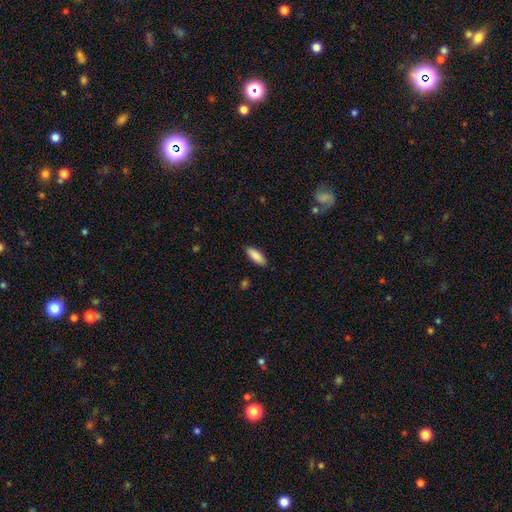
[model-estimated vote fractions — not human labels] The model was most divided on "how rounded": in between: 68%, cigar-shaped: 31%, round: 2%. More confident: merging — none (88%); smooth or featured — smooth (88%).